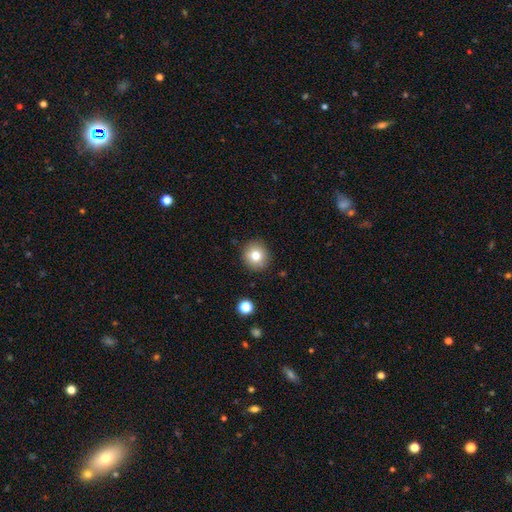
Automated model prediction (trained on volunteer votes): This is likely a smooth galaxy (78%). How rounded: clearly round (89%). Merging: clearly none (89%).